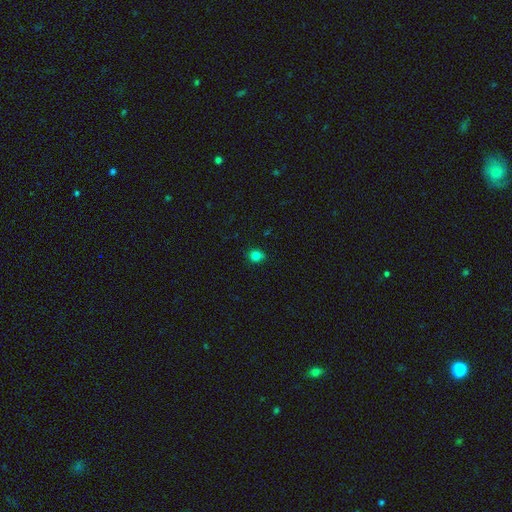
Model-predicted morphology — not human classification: This appears to be a smooth galaxy with no disk features (81%) that is round (77%). Merging: none (85%).